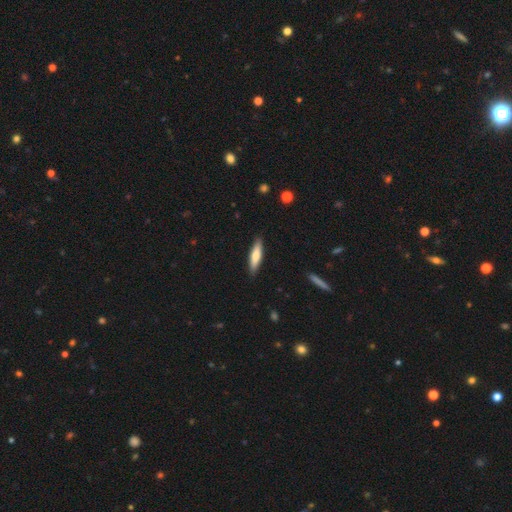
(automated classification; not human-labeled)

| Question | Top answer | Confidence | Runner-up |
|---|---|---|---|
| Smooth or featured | smooth | 67% | featured or disk (28%) |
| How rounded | cigar-shaped | 75% | in between (24%) |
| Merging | none | 89% | minor disturbance (8%) |